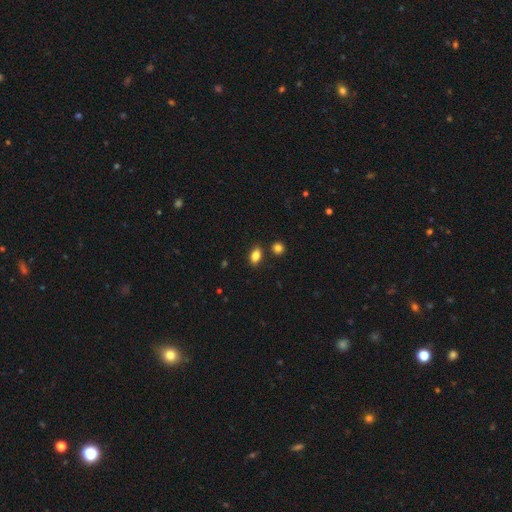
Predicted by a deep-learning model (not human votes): Overall: smooth (85%). How rounded: in between (85%). Merging: none (81%).